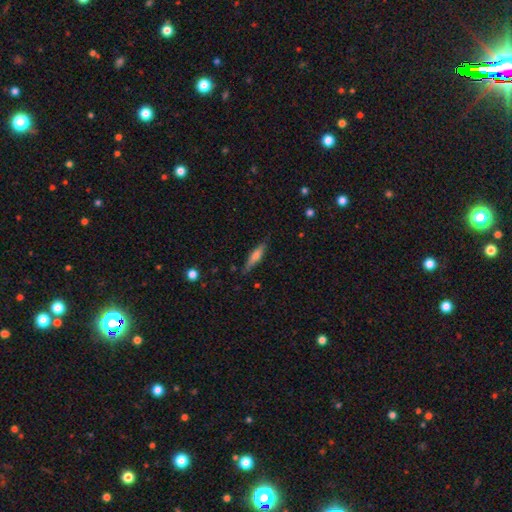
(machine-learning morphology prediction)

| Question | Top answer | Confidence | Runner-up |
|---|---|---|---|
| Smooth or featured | smooth | 53% | featured or disk (40%) |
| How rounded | cigar-shaped | 79% | in between (19%) |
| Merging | none | 83% | minor disturbance (13%) |